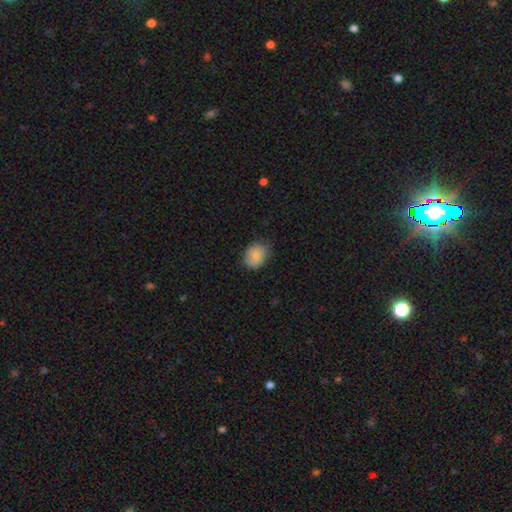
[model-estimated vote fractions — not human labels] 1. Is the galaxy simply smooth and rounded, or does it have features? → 85% smooth, 7% star or artifact, 7% featured or disk.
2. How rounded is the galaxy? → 58% in between, 41% round, 1% cigar-shaped.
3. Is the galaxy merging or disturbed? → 75% none, 20% minor disturbance, 4% major disturbance, 1% merger.